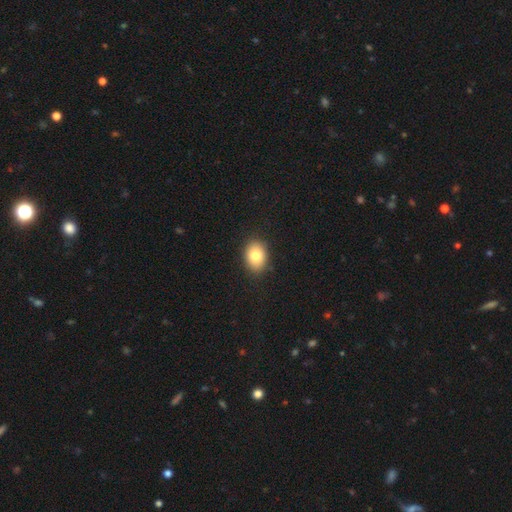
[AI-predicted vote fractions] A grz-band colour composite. It shows a smooth galaxy with no disk features (80%) that is in between round and cigar-shaped (71%). Merging: none (89%).